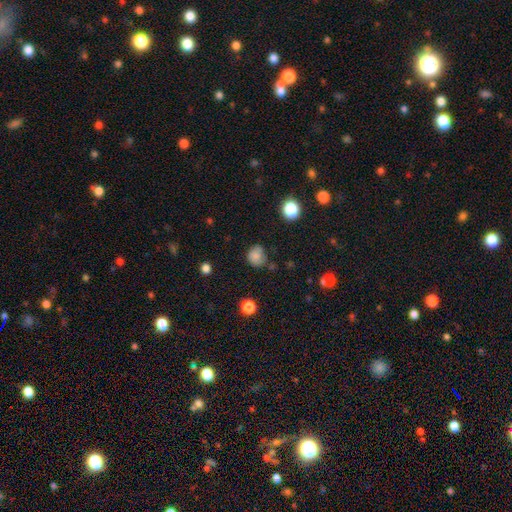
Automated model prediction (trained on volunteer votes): Q: Smooth or featured?
A: smooth (81%); runner-up: star or artifact (12%)
Q: How rounded?
A: round (79%); runner-up: in between (20%)
Q: Merging?
A: none (62%); runner-up: minor disturbance (26%)